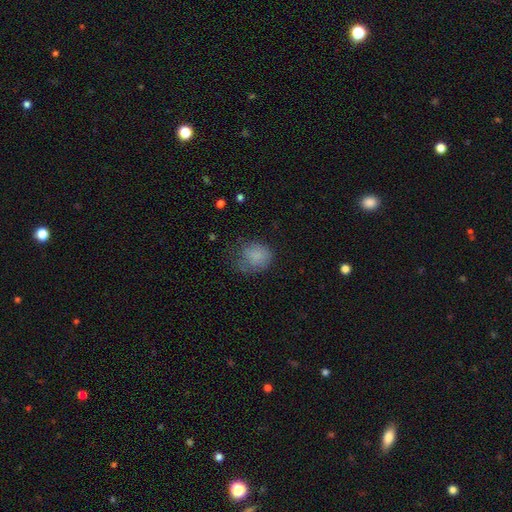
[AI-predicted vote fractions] A smooth galaxy with no disk features (79%) that is round (57%). Merging: none (46%).